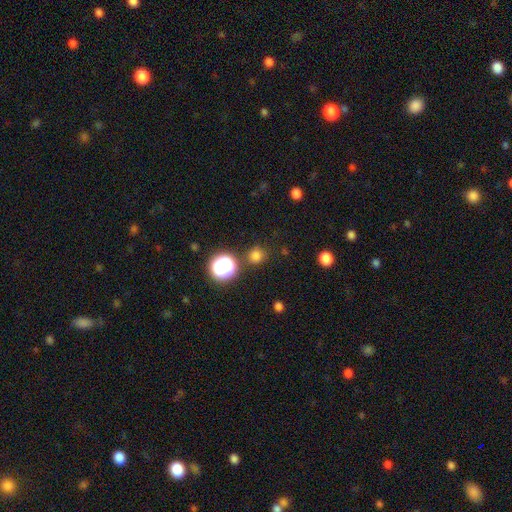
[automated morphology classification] This is likely a smooth galaxy (75%). How rounded: clearly round (90%). Merging: clearly none (83%).